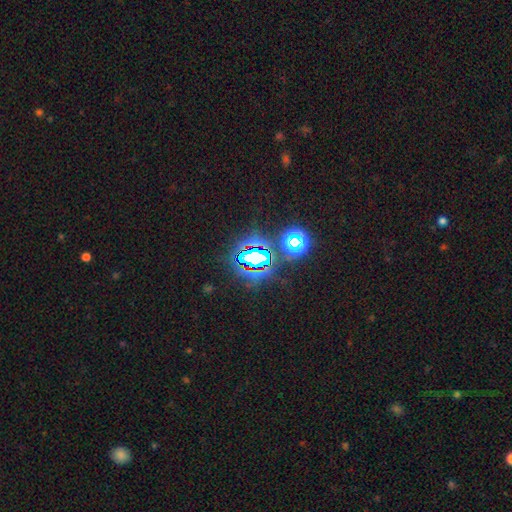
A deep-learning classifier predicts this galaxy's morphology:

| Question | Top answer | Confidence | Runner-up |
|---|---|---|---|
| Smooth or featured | star or artifact | 78% | smooth (15%) |